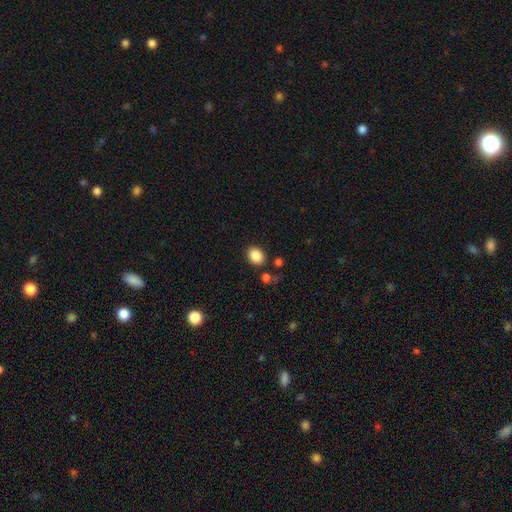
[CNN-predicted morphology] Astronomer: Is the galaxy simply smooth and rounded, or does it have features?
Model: smooth — 88%.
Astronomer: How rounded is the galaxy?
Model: in between — 59% (runner-up: round, 40%).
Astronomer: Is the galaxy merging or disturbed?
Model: none — 81%.